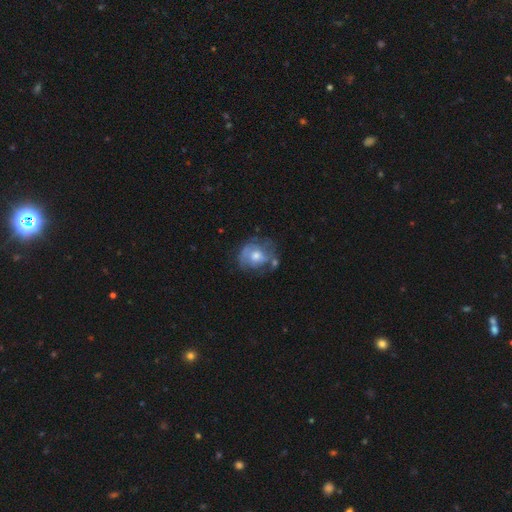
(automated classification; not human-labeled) Smooth or featured: featured or disk — 53% (smooth — 39%)
Edge-on disk: no — 96% (yes — 4%)
Bar: no — 78% (weak — 19%)
Spiral arms: no — 52% (yes — 48%)
Bulge size: moderate — 65% (large — 16%)
Merging: none — 47% (minor disturbance — 25%)